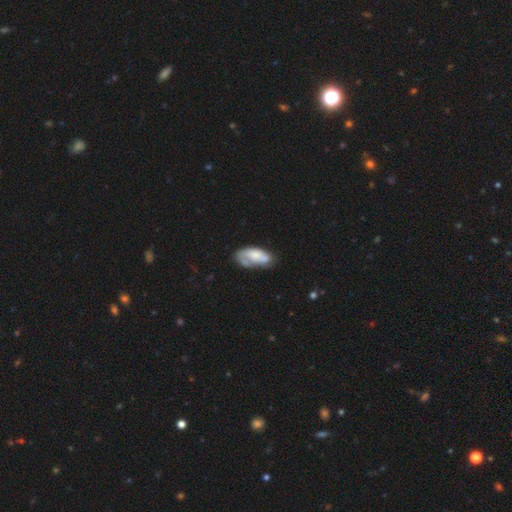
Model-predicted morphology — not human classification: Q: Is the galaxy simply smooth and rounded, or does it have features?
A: smooth — 49%.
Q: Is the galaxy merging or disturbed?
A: none — 44%.